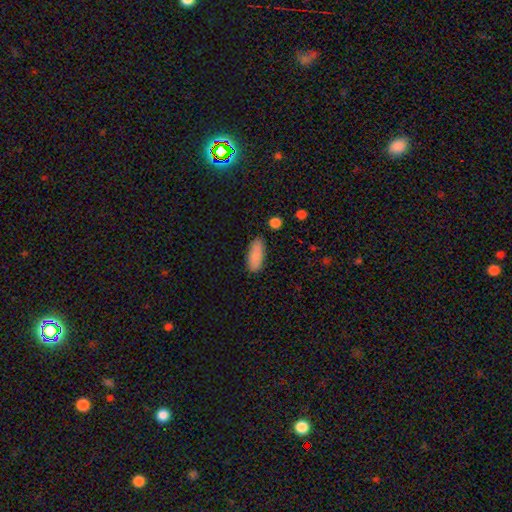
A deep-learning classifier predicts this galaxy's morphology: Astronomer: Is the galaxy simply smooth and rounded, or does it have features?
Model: smooth — 87%.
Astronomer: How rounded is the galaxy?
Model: in between — 78%.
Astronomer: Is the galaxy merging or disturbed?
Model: none — 83%.